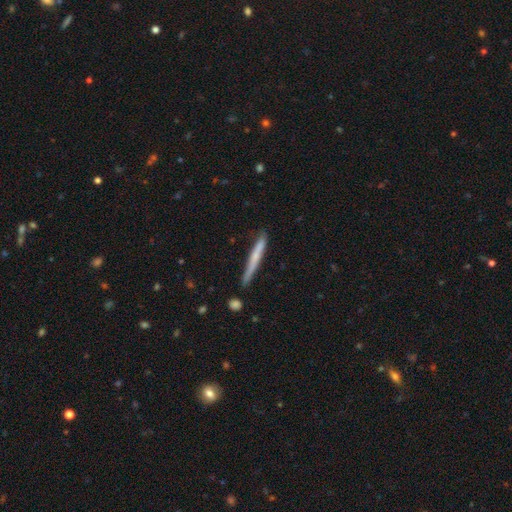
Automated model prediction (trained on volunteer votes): A smooth galaxy with no disk features (53%) that is cigar-shaped (96%).

Vote fractions:
- Smooth or featured? smooth: 53% / featured or disk: 41% / star or artifact: 6%
- How rounded? cigar-shaped: 96% / in between: 2% / round: 1%
- Merging? none: 77% / minor disturbance: 17% / merger: 3% / major disturbance: 3%